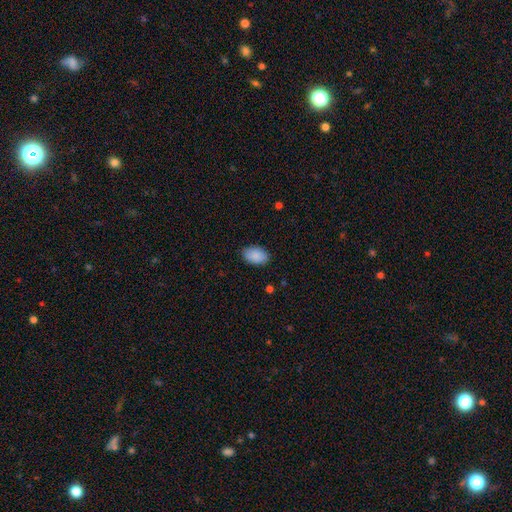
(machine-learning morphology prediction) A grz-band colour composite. It shows a smooth galaxy with no disk features (90%) that is in between round and cigar-shaped (91%). Merging: none (87%).